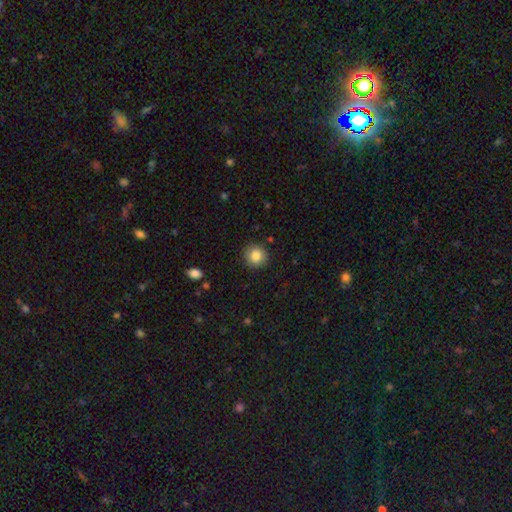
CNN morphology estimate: Q: Smooth or featured?
A: smooth (85%); runner-up: star or artifact (9%)
Q: How rounded?
A: round (91%); runner-up: in between (8%)
Q: Merging?
A: none (89%); runner-up: minor disturbance (8%)